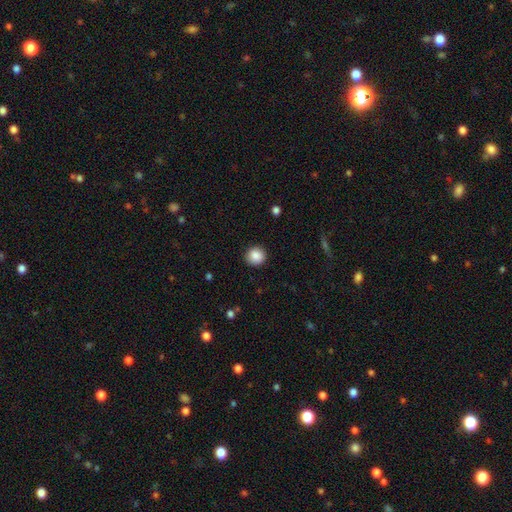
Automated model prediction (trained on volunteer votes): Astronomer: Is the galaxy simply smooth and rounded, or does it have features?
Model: smooth — 88%.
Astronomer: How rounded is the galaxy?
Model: round — 90%.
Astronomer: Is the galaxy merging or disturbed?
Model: none — 91%.